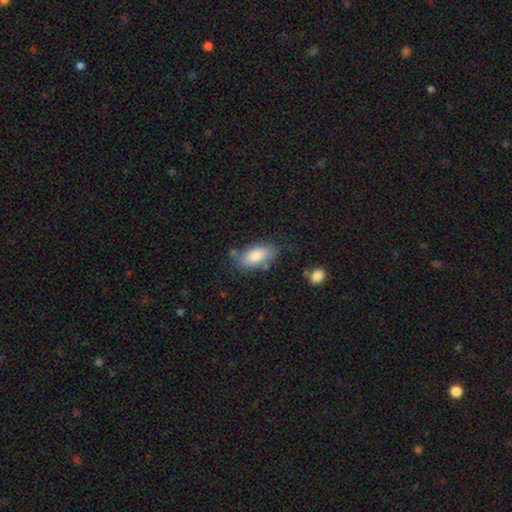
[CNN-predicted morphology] This appears to be a smooth galaxy with no disk features (84%) that is in between round and cigar-shaped (91%). Merging: none (70%).